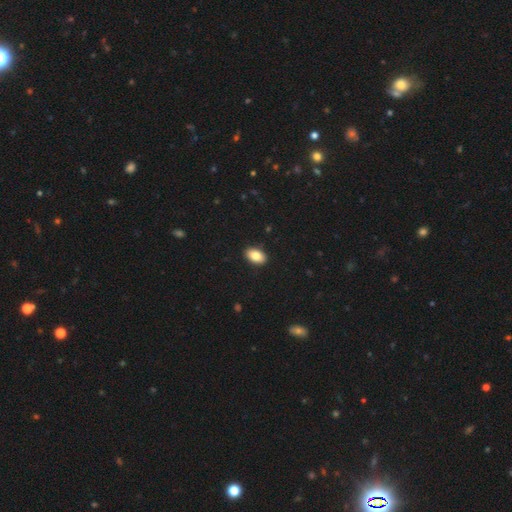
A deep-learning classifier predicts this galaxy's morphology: Smooth or featured?
  - smooth: 84% *
  - featured or disk: 9%
  - star or artifact: 7%
How rounded?
  - in between: 93% *
  - round: 6%
  - cigar-shaped: 2%
Merging?
  - none: 91% *
  - minor disturbance: 7%
  - major disturbance: 2%
  - merger: 1%